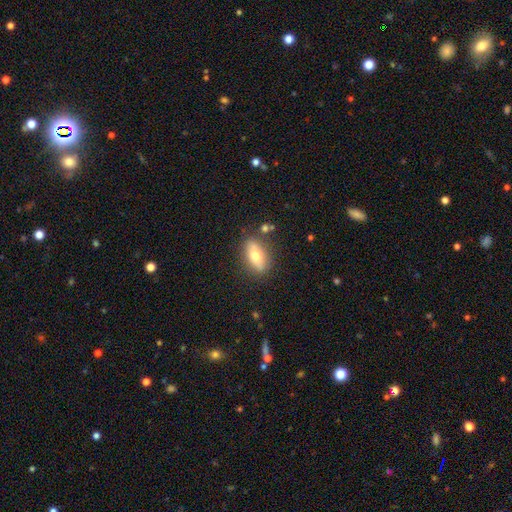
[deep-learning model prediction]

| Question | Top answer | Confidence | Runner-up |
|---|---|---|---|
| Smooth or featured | smooth | 61% | featured or disk (32%) |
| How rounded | in between | 78% | cigar-shaped (15%) |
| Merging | none | 80% | minor disturbance (12%) |